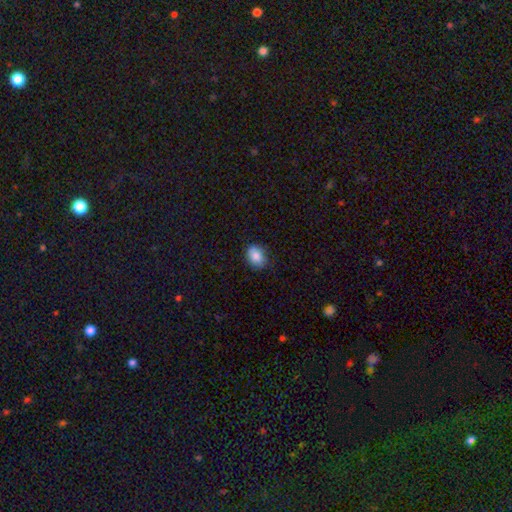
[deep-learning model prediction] The model was most divided on "how rounded": in between: 70%, round: 29%, cigar-shaped: 1%. More confident: smooth or featured — smooth (86%); merging — none (79%).